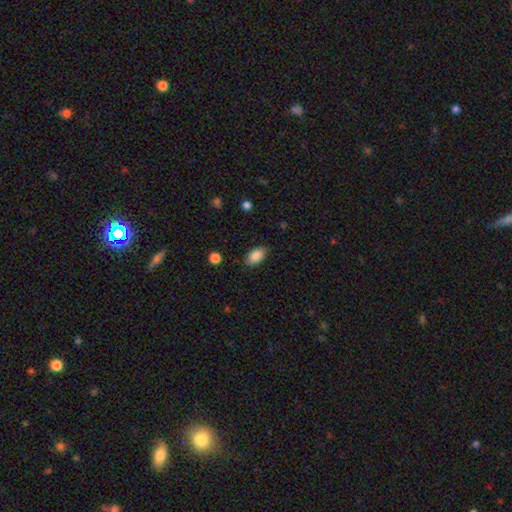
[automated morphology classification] smooth_or_featured: smooth (p=0.87) [alt: star or artifact p=0.07]
how_rounded: in between (p=0.92) [alt: round p=0.06]
merging: none (p=0.85) [alt: minor disturbance p=0.11]